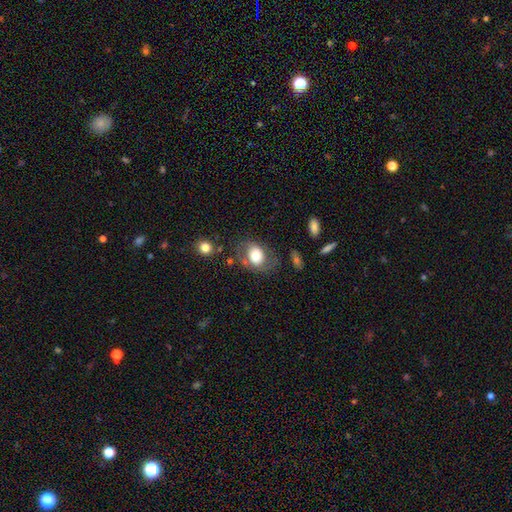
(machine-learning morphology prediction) smooth 64%, featured or disk 28%, star or artifact 8%. Down the decision tree: how rounded — in between (59%); merging — none (62%).